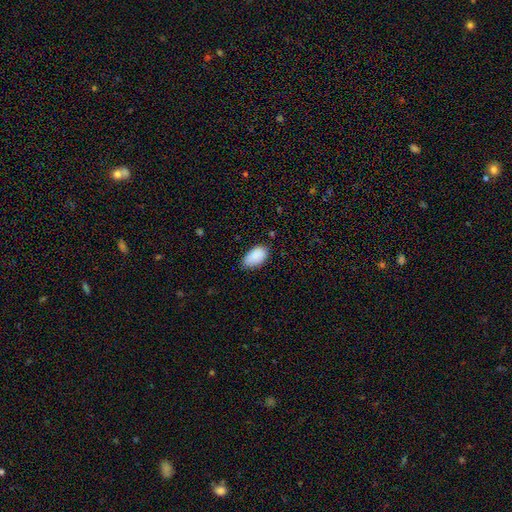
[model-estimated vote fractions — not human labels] Smooth or featured?
  - smooth: 90% *
  - star or artifact: 7%
  - featured or disk: 4%
How rounded?
  - in between: 95% *
  - round: 4%
  - cigar-shaped: 1%
Merging?
  - none: 69% *
  - minor disturbance: 26%
  - major disturbance: 3%
  - merger: 1%